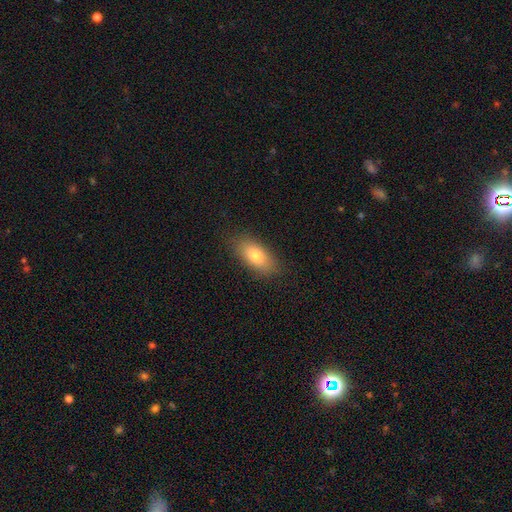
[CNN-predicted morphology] This is likely a smooth galaxy (77%). How rounded: clearly in between (85%). Merging: clearly none (85%).